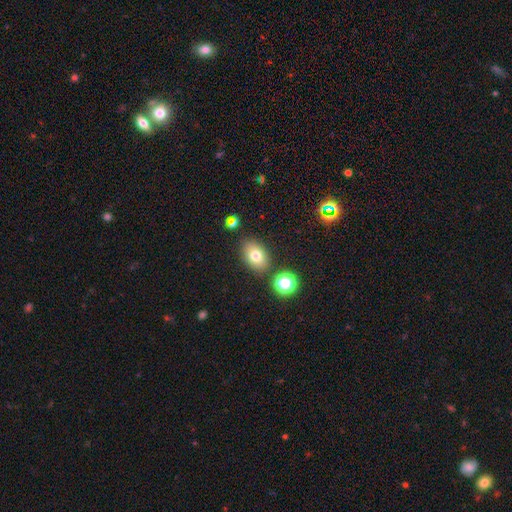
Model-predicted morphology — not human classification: Smooth or featured?
  - smooth: 75% *
  - featured or disk: 13%
  - star or artifact: 12%
How rounded?
  - in between: 78% *
  - round: 21%
  - cigar-shaped: 1%
Merging?
  - none: 82% *
  - minor disturbance: 10%
  - merger: 5%
  - major disturbance: 3%